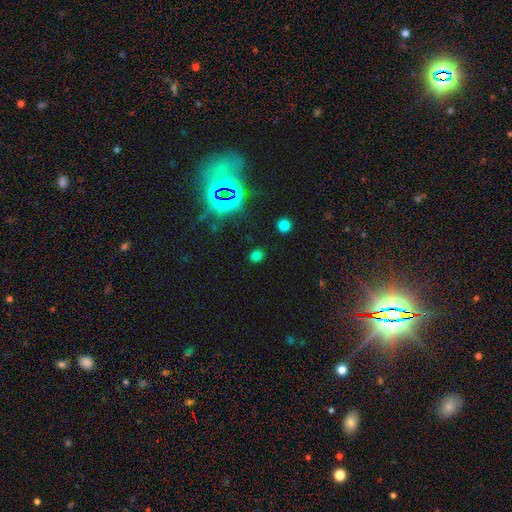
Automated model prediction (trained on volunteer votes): This is likely a smooth galaxy (66%). How rounded: likely round (76%). Merging: clearly none (86%).